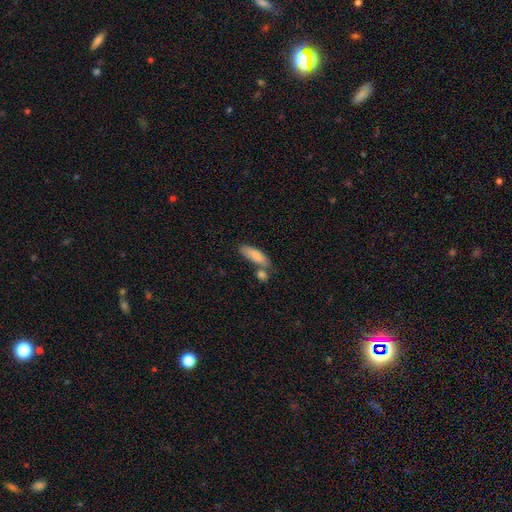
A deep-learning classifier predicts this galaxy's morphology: smooth_or_featured: smooth (p=0.82) [alt: featured or disk p=0.12]
how_rounded: in between (p=0.54) [alt: cigar-shaped p=0.43]
merging: none (p=0.52) [alt: merger p=0.28]